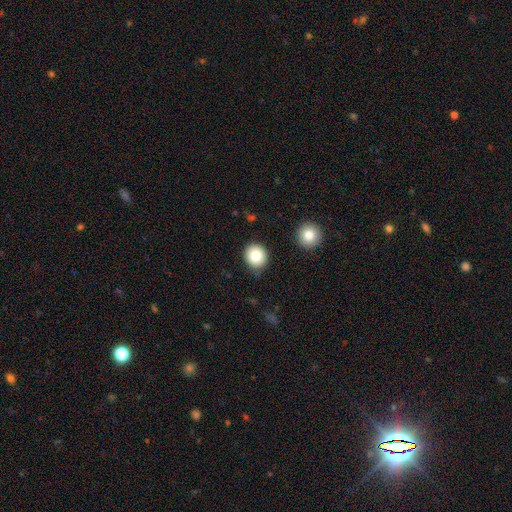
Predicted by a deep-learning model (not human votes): Smooth or featured? Predicted: smooth (p=0.82). How rounded? Predicted: round (p=0.89). Merging? Predicted: none (p=0.85).